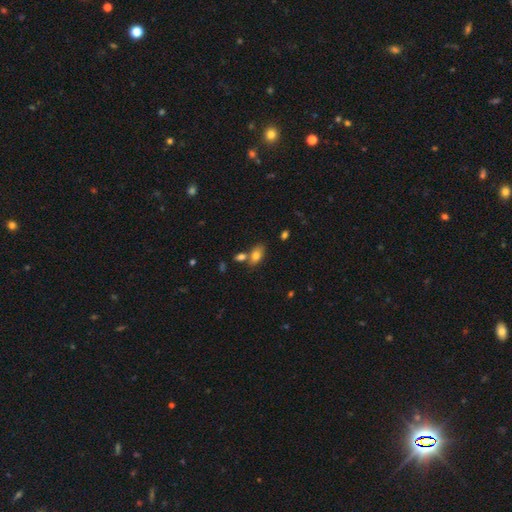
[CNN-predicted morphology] This is likely a smooth galaxy (77%). How rounded: clearly in between (89%). Merging: possibly none (58%).